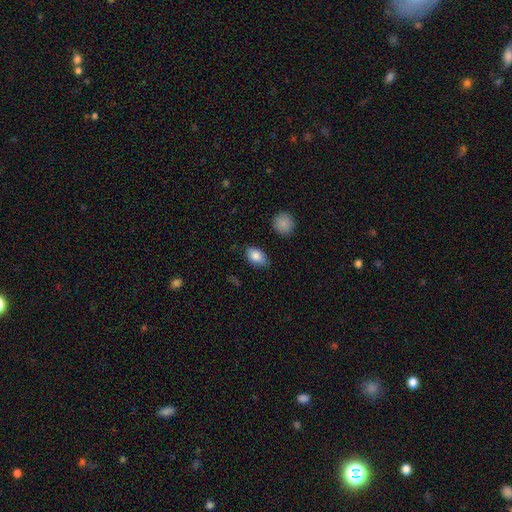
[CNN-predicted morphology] A smooth galaxy with no disk features (84%) that is in between round and cigar-shaped (88%).

Vote fractions:
- Smooth or featured? smooth: 84% / featured or disk: 8% / star or artifact: 8%
- How rounded? in between: 88% / round: 10% / cigar-shaped: 2%
- Merging? none: 79% / minor disturbance: 16% / major disturbance: 3% / merger: 2%